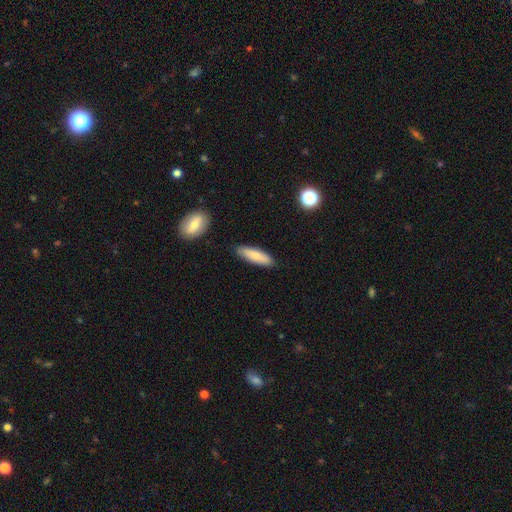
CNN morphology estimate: A smooth galaxy with no disk features (81%) that is cigar-shaped (58%).

Vote fractions:
- Smooth or featured? smooth: 81% / featured or disk: 13% / star or artifact: 6%
- How rounded? cigar-shaped: 58% / in between: 40% / round: 2%
- Merging? none: 87% / minor disturbance: 10% / merger: 2% / major disturbance: 2%